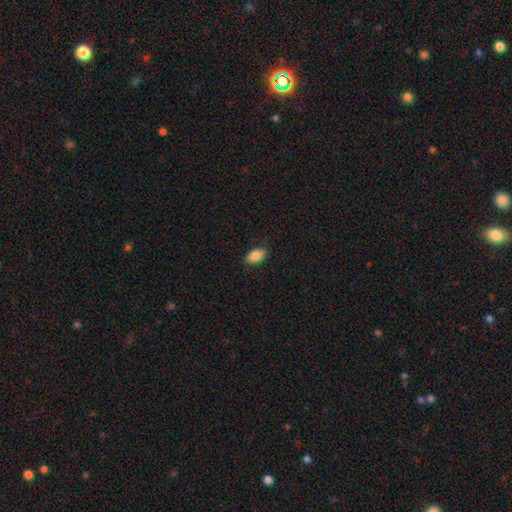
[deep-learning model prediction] This is clearly a smooth galaxy (85%). How rounded: clearly in between (92%). Merging: clearly none (86%).